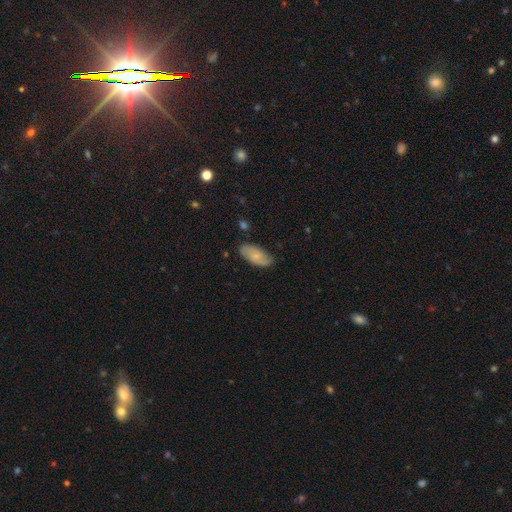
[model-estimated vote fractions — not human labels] A smooth galaxy with no disk features (59%) that is in between round and cigar-shaped (90%).

Vote fractions:
- Smooth or featured? smooth: 59% / featured or disk: 34% / star or artifact: 7%
- How rounded? in between: 90% / cigar-shaped: 8% / round: 2%
- Merging? none: 78% / minor disturbance: 18% / major disturbance: 3% / merger: 2%